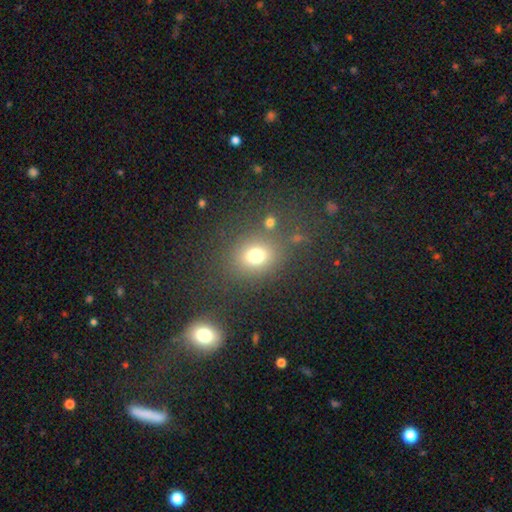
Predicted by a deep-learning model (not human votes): The model was most divided on "how rounded": round: 58%, in between: 40%, cigar-shaped: 2%. More confident: merging — none (73%); smooth or featured — smooth (73%).